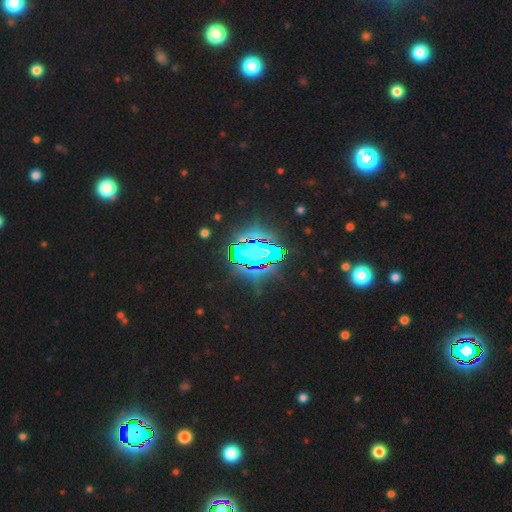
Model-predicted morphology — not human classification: The model was most divided on "smooth or featured": star or artifact: 81%, smooth: 11%, featured or disk: 8%.